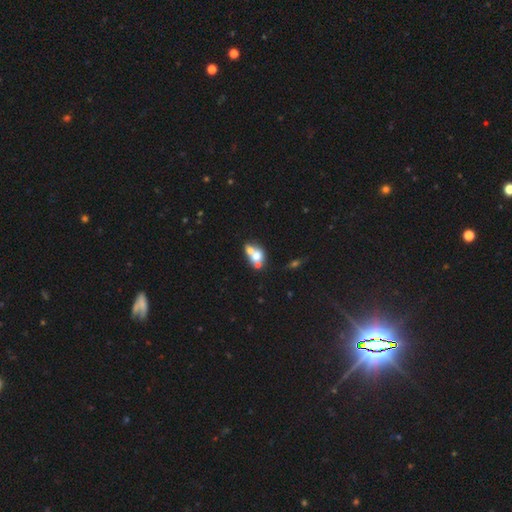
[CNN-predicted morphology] smooth 59%, featured or disk 29%, star or artifact 12%. Down the decision tree: how rounded — in between (53%); merging — merger (61%).